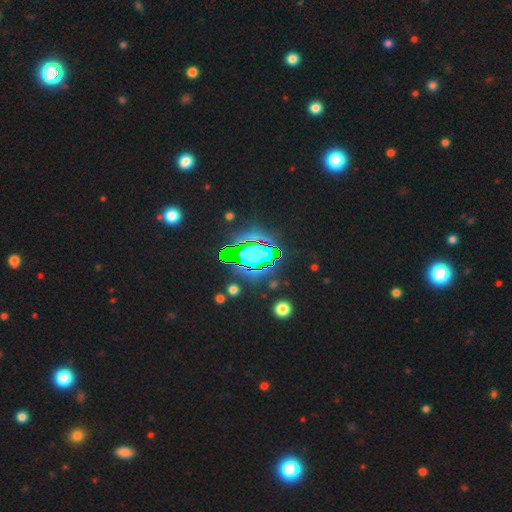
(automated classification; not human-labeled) Overall: star or artifact (82%).